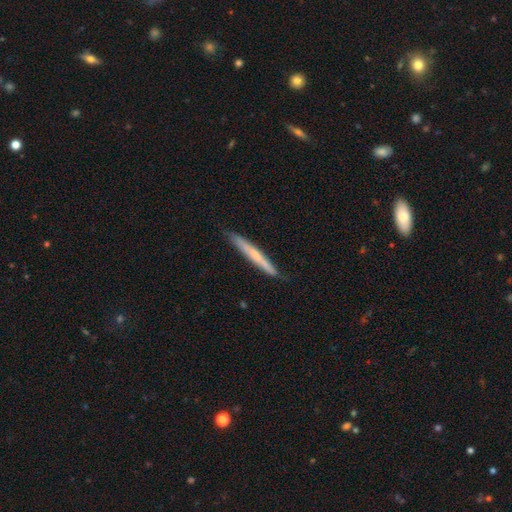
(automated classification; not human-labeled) This appears to be a smooth galaxy with no disk features (50%) that is cigar-shaped (96%). Merging: none (87%).